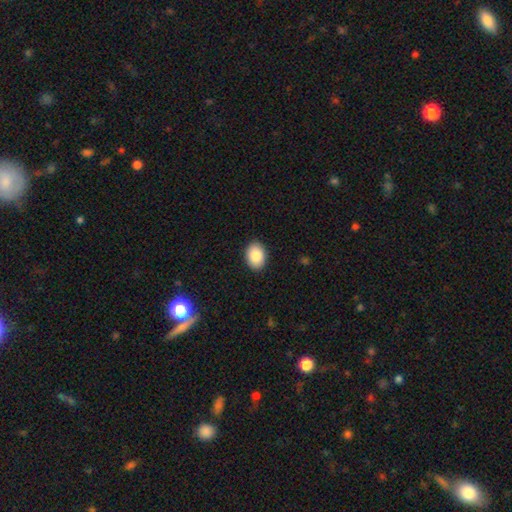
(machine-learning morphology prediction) The model was most divided on "how rounded": in between: 79%, round: 20%, cigar-shaped: 1%. More confident: merging — none (90%); smooth or featured — smooth (87%).